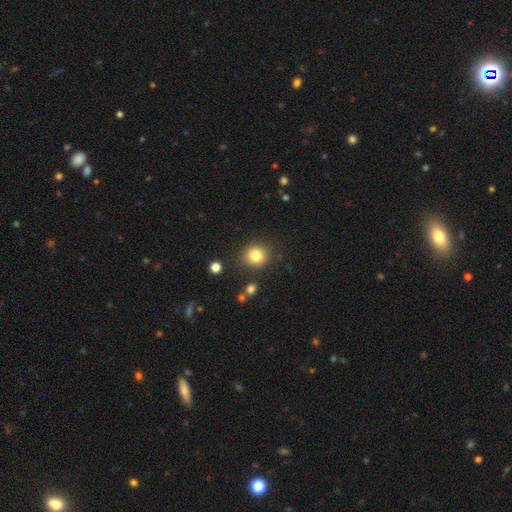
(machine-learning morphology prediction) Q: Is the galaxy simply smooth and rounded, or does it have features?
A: smooth — 82%.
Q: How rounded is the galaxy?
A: round — 86%.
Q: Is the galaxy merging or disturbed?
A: none — 84%.